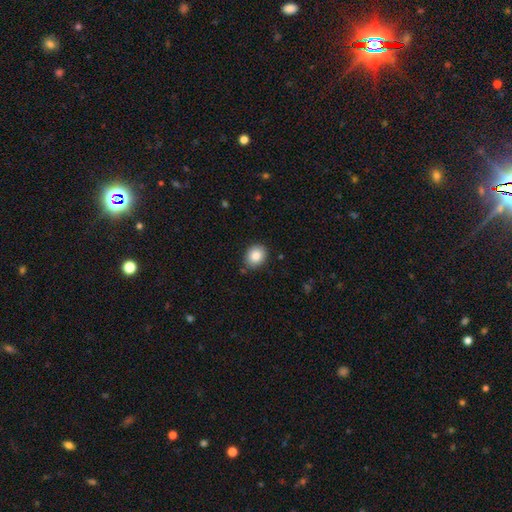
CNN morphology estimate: type=smooth (85%); roundness=round (55%); merging=none (85%).